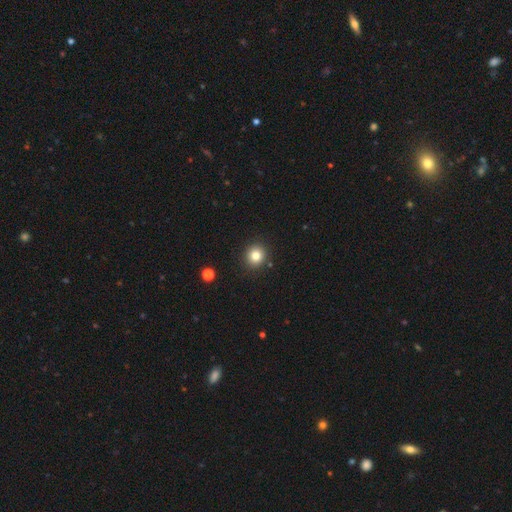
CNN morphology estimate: smooth 81%, star or artifact 12%, featured or disk 7%. Down the decision tree: how rounded — round (88%); merging — none (89%).